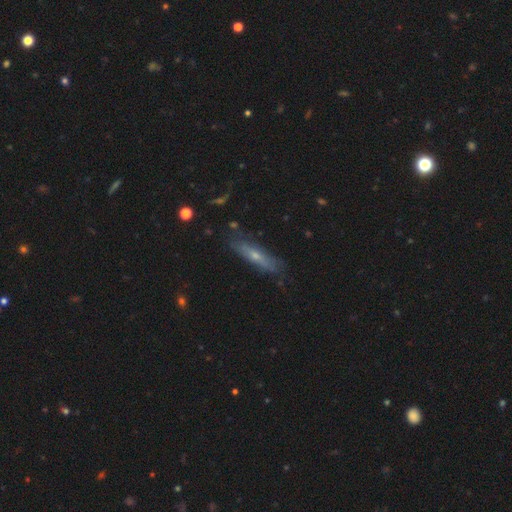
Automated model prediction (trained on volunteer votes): Overall: featured or disk (50%; smooth 42%). Edge-on disk: yes (68%; no 32%). Merging: none (74%).